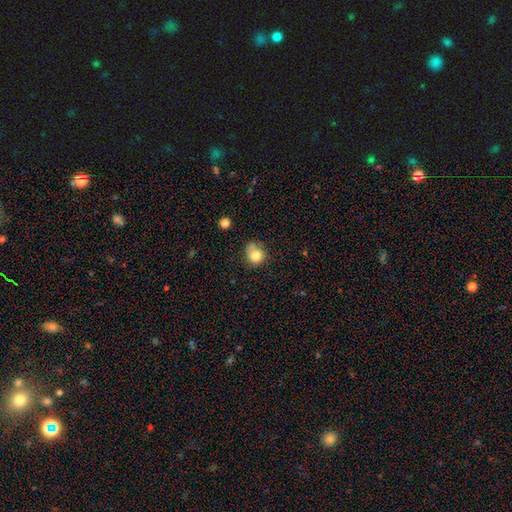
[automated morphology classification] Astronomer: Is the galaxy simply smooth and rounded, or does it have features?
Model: smooth — 79%.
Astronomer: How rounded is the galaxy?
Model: round — 75%.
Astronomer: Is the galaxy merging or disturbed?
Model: none — 50% (runner-up: minor disturbance, 30%).